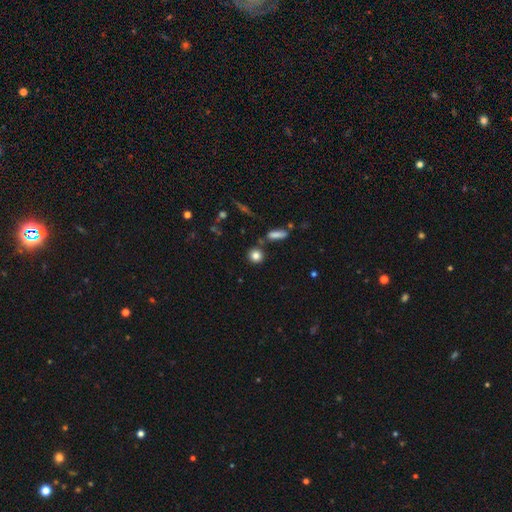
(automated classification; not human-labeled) Overall: smooth (83%). How rounded: round (87%). Merging: none (81%).